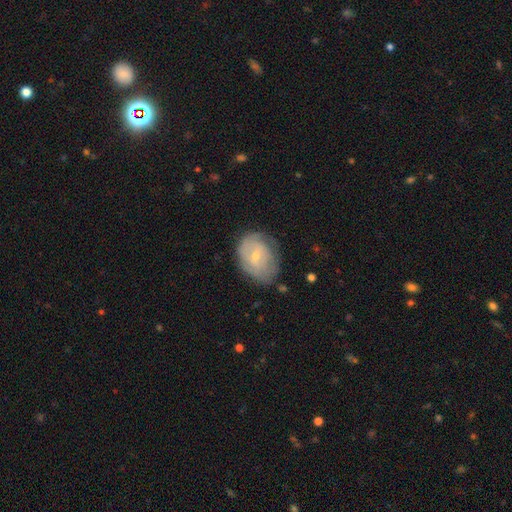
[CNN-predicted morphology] type=featured or disk (56%); edge-on=no (95%); bar=no (53%); spiral arms=yes (65%); bulge=small (66%); merging=none (65%).